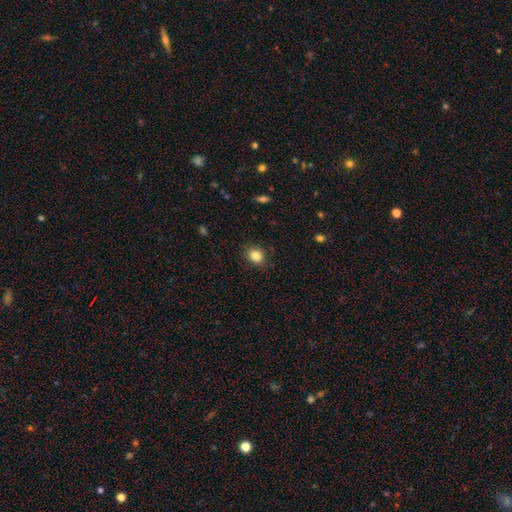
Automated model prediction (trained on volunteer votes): Smooth or featured? smooth (85%)
How rounded? round (52%)
Merging? none (86%)